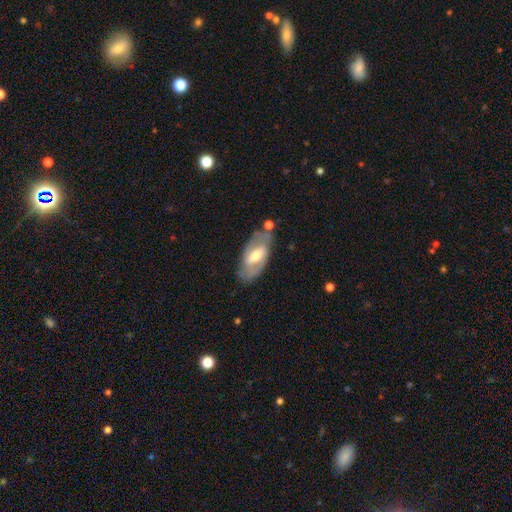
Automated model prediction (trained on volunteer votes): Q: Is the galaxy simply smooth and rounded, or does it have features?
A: featured or disk — 64%.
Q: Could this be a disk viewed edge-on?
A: no — 88%.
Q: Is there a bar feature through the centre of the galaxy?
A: strong — 43%.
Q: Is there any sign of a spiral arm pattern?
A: yes — 61%.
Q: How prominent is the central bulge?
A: moderate — 63%.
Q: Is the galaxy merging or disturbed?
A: none — 70%.